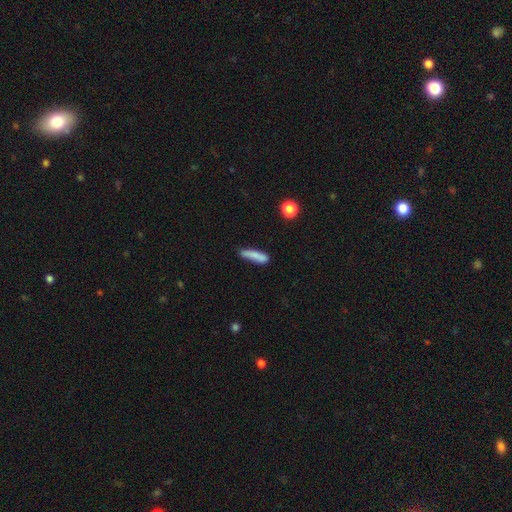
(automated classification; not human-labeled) smooth 80%, featured or disk 12%, star or artifact 7%. Down the decision tree: how rounded — cigar-shaped (80%); merging — none (66%).